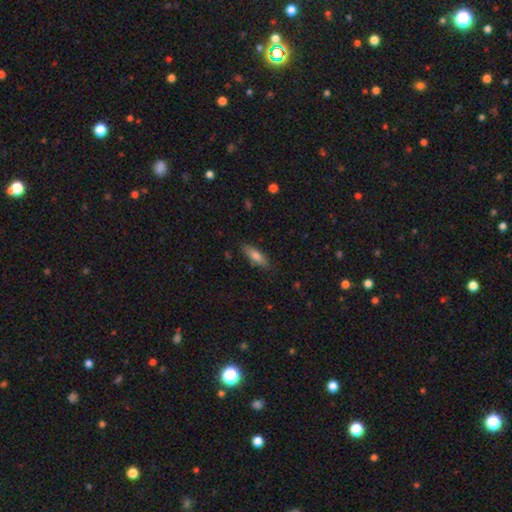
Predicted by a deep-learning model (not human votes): Smooth or featured: smooth — 75% (featured or disk — 19%)
How rounded: in between — 52% (cigar-shaped — 46%)
Merging: none — 84% (minor disturbance — 12%)